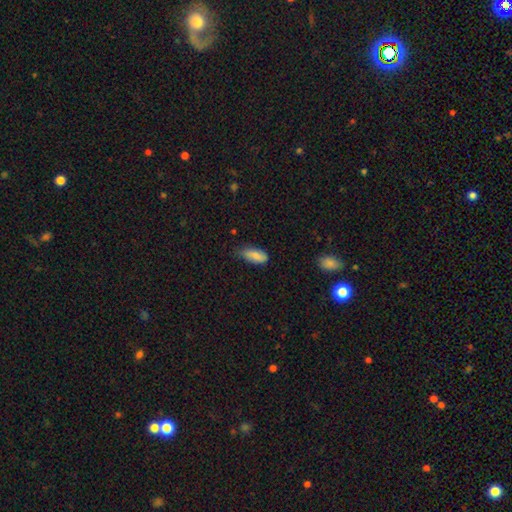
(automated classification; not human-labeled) Smooth or featured? smooth (82%)
How rounded? in between (85%)
Merging? none (56%)